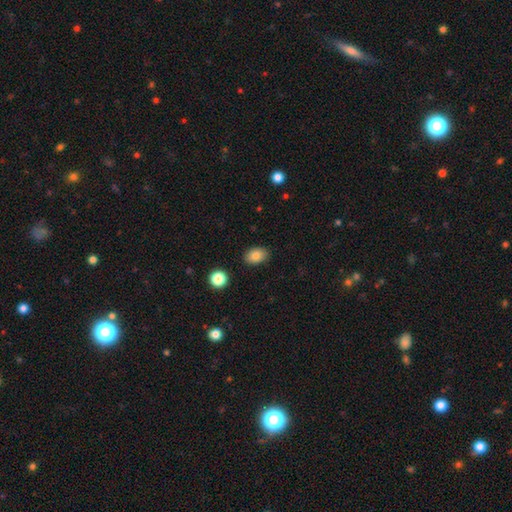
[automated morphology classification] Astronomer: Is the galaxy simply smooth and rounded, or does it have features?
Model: smooth — 84%.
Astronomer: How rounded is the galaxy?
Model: in between — 82%.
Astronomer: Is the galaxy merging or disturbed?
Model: none — 87%.